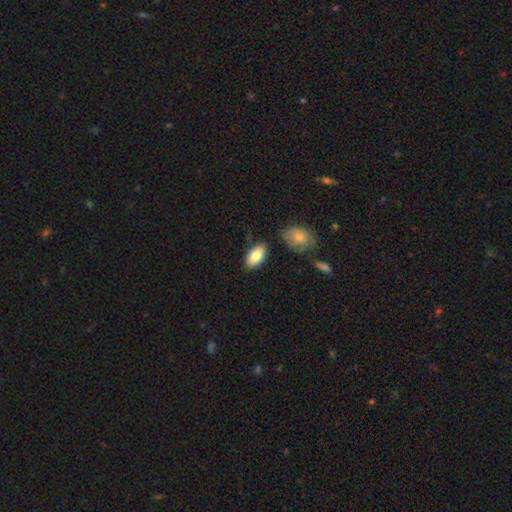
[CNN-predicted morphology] Q: Smooth or featured?
A: smooth (81%); runner-up: featured or disk (12%)
Q: How rounded?
A: in between (93%); runner-up: cigar-shaped (4%)
Q: Merging?
A: none (79%); runner-up: minor disturbance (14%)